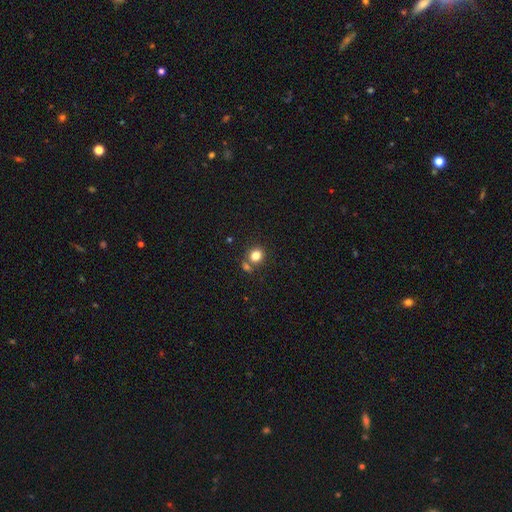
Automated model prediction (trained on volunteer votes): The model was most divided on "merging": none: 65%, merger: 22%, minor disturbance: 10%, major disturbance: 3%. More confident: smooth or featured — smooth (81%); how rounded — round (76%).